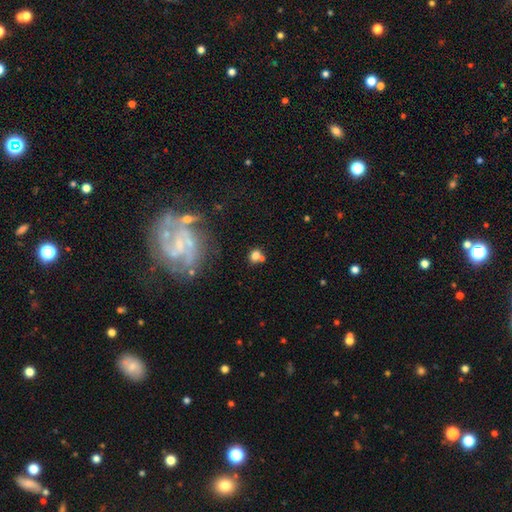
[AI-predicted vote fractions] Smooth or featured: smooth — 72% (star or artifact — 16%)
How rounded: round — 64% (in between — 34%)
Merging: none — 55% (merger — 28%)